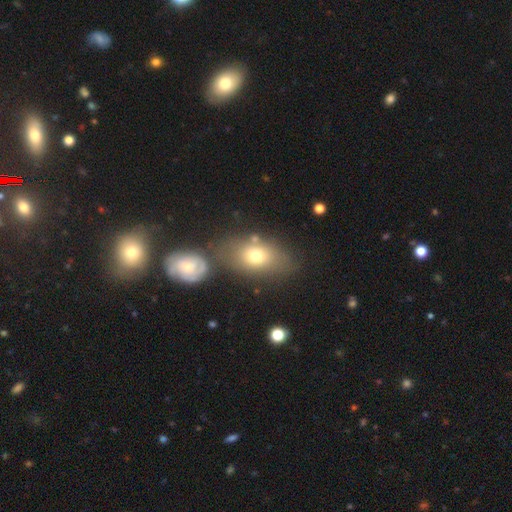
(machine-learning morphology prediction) The model was most divided on "merging": none: 56%, merger: 21%, minor disturbance: 16%, major disturbance: 7%. More confident: how rounded — in between (78%); smooth or featured — smooth (69%).